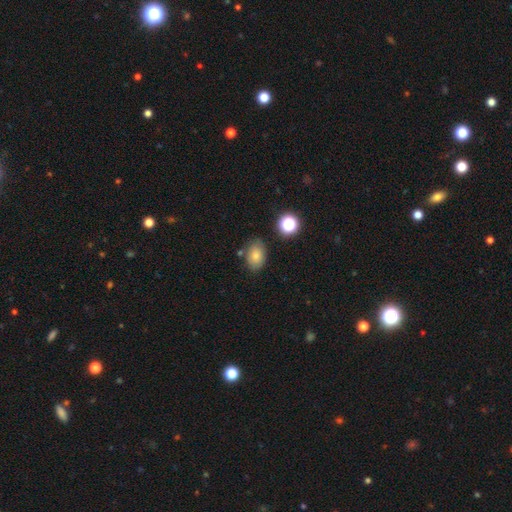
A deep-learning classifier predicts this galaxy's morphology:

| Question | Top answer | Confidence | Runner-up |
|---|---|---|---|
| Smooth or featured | smooth | 80% | star or artifact (11%) |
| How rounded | in between | 83% | round (16%) |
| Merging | none | 74% | minor disturbance (16%) |